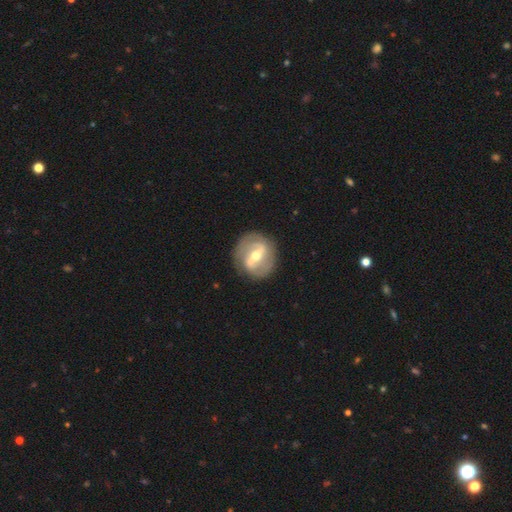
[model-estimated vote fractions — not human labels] smooth-or-featured: featured or disk: 77% | smooth: 18% | star or artifact: 5%
  disk-edge-on: no: 95% | yes: 5%
    bar: strong: 48% | weak: 37% | no: 15%
    has-spiral-arms: yes: 73% | no: 27%
      spiral-winding: medium: 41% | tight: 33% | loose: 26%
      spiral-arm-count: 2: 78% | can't tell: 13% | 3: 3% | 1: 3% | 4: 1% | more than 4: 1%
    bulge-size: moderate: 68% | small: 26% | large: 5% | none: 1% | dominant: 1%
  merging: none: 77% | minor disturbance: 13% | major disturbance: 5% | merger: 4%